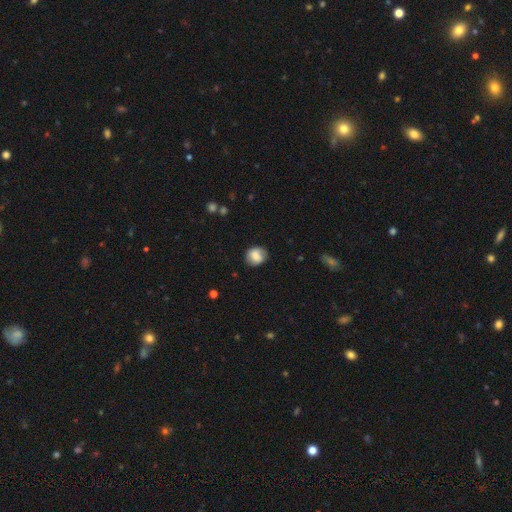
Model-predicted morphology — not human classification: Smooth or featured? Predicted: smooth (p=0.75). How rounded? Predicted: round (p=0.70). Merging? Predicted: none (p=0.76).